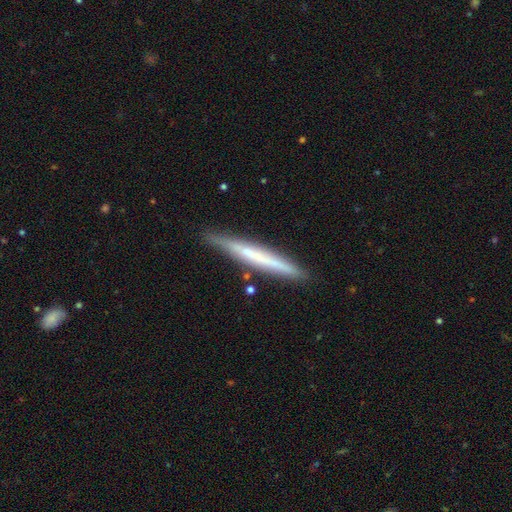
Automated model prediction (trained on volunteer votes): Smooth or featured? featured or disk (52%)
Edge-on disk? yes (96%)
Merging? none (86%)